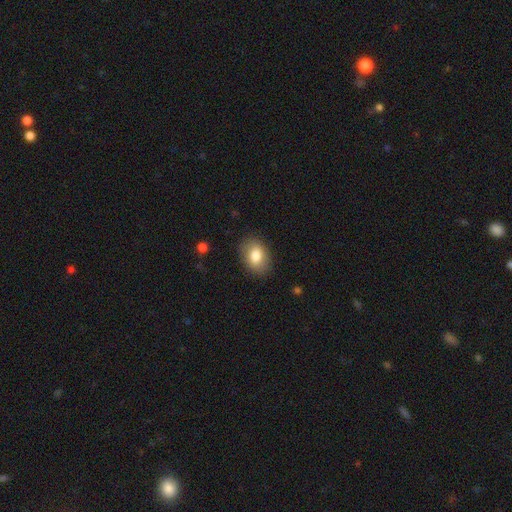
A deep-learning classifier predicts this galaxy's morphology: This is clearly a smooth galaxy (80%). How rounded: likely in between (76%). Merging: clearly none (85%).